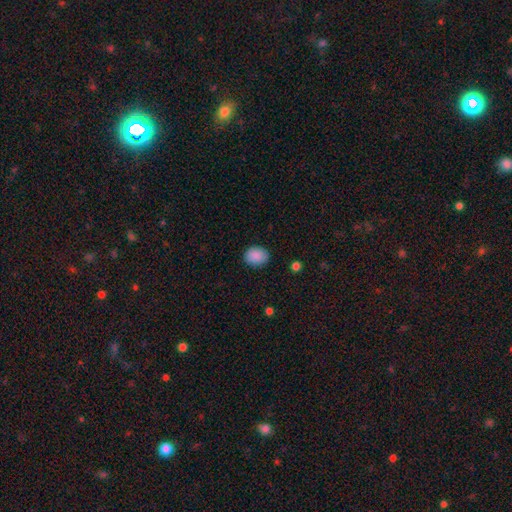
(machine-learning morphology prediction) The model was most divided on "how rounded": in between: 52%, round: 47%, cigar-shaped: 1%. More confident: smooth or featured — smooth (89%); merging — none (86%).